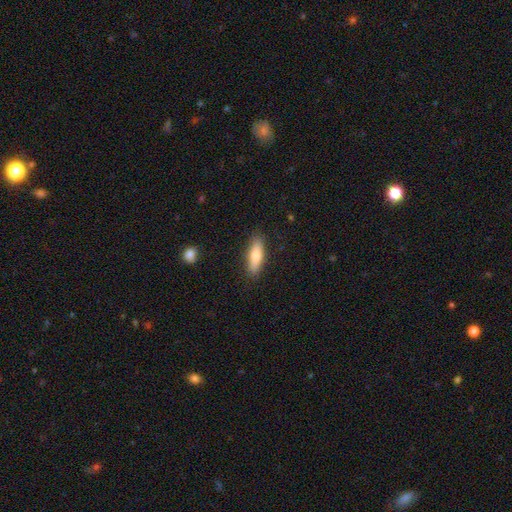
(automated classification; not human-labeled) Smooth or featured: smooth — 78% (featured or disk — 16%)
How rounded: cigar-shaped — 54% (in between — 44%)
Merging: none — 87% (minor disturbance — 10%)